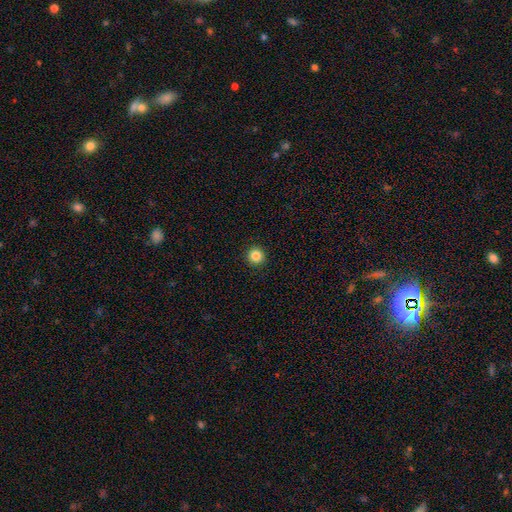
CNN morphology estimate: Smooth or featured? Predicted: smooth (p=0.85). How rounded? Predicted: round (p=0.95). Merging? Predicted: none (p=0.93).